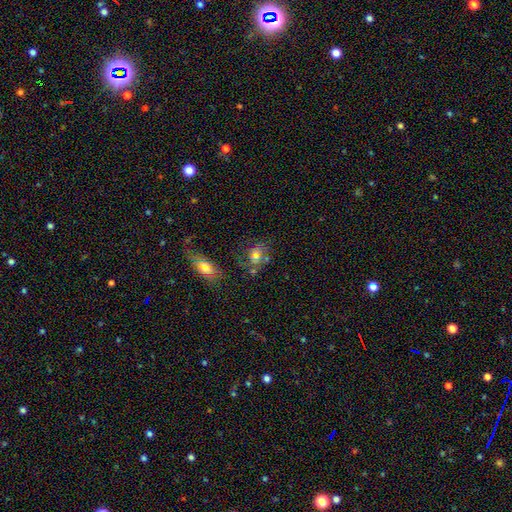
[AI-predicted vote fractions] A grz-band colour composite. It shows a smooth galaxy with no disk features (49%). Merging: none (58%).